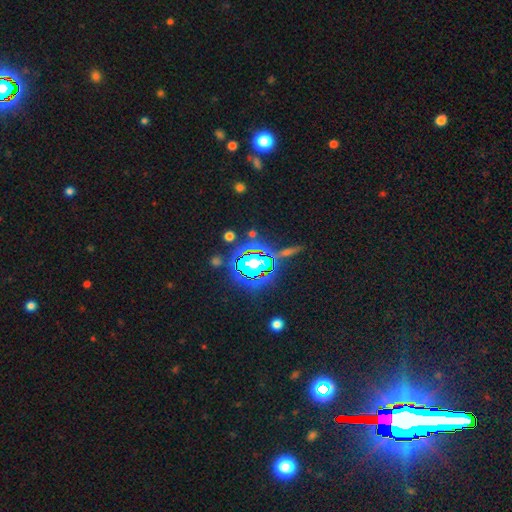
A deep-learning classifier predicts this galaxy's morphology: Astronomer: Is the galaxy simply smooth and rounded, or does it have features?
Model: star or artifact — 65%.